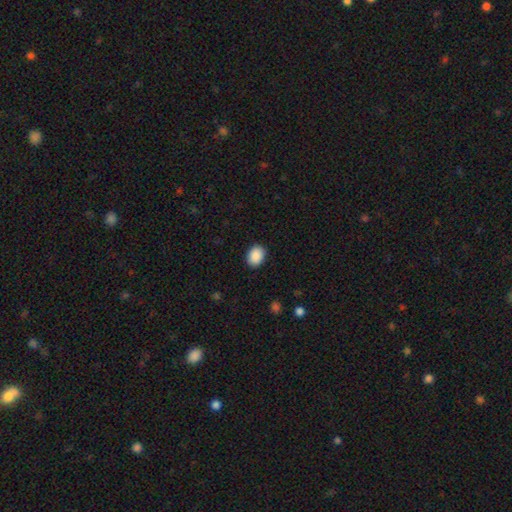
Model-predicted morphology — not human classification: A smooth galaxy with no disk features (90%) that is in between round and cigar-shaped (64%). Merging: none (89%).